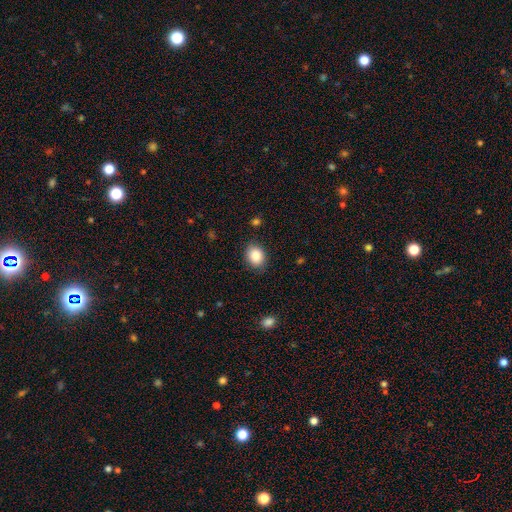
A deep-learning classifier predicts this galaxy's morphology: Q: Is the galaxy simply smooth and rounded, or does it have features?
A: smooth — 88%.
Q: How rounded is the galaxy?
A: round — 50%.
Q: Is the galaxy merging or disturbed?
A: none — 84%.